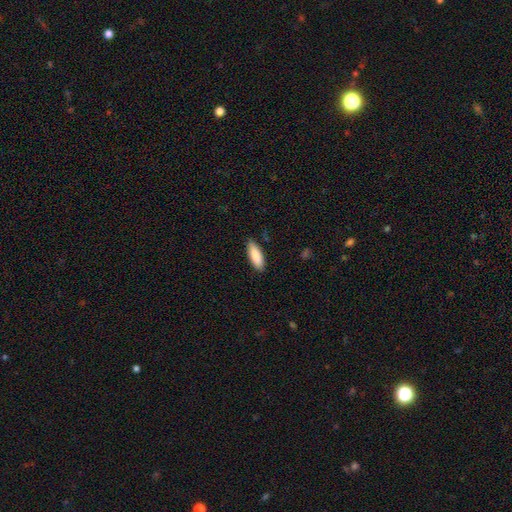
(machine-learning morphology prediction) This is clearly a smooth galaxy (88%). How rounded: likely in between (62%). Merging: clearly none (86%).